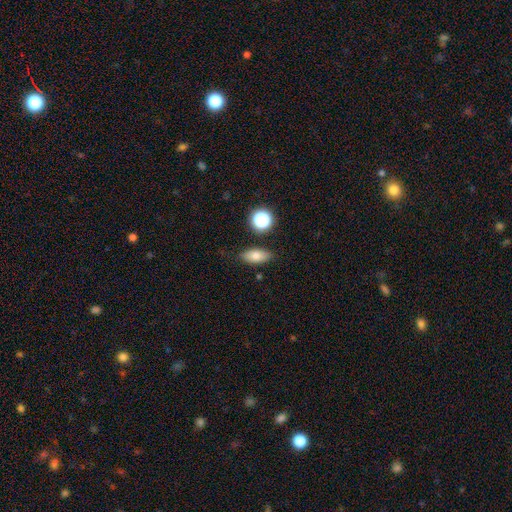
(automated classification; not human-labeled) Smooth or featured? Predicted: smooth (p=0.76). How rounded? Predicted: in between (p=0.80). Merging? Predicted: none (p=0.83).